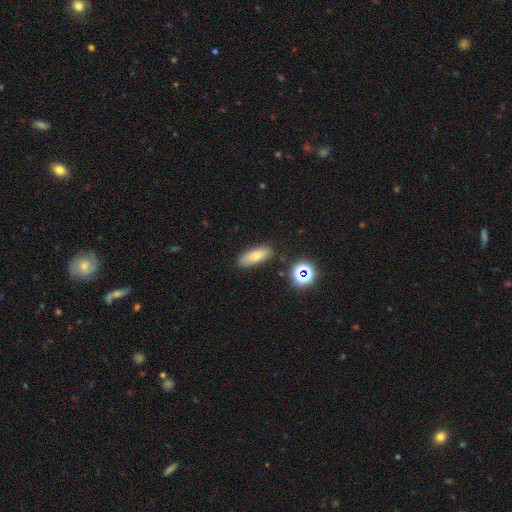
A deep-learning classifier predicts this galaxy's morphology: Smooth or featured? smooth (71%)
How rounded? in between (67%)
Merging? none (84%)